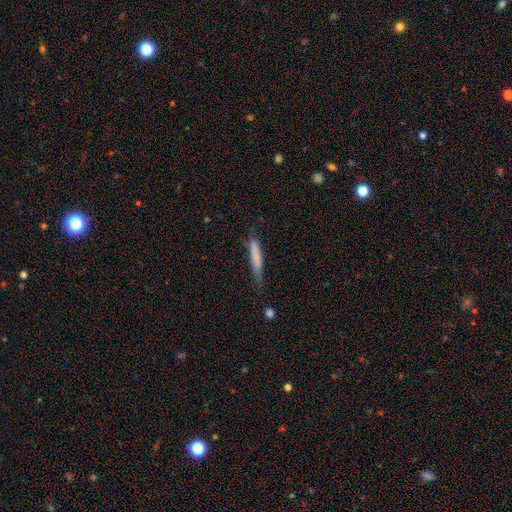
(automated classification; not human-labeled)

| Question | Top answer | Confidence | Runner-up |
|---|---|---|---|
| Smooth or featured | smooth | 72% | featured or disk (22%) |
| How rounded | cigar-shaped | 92% | in between (7%) |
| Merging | none | 58% | minor disturbance (31%) |